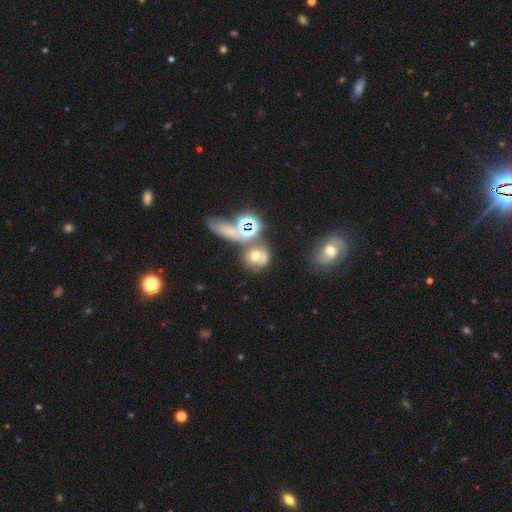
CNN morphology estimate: A smooth galaxy with no disk features (55%) that is round (78%). Merging: none (44%).